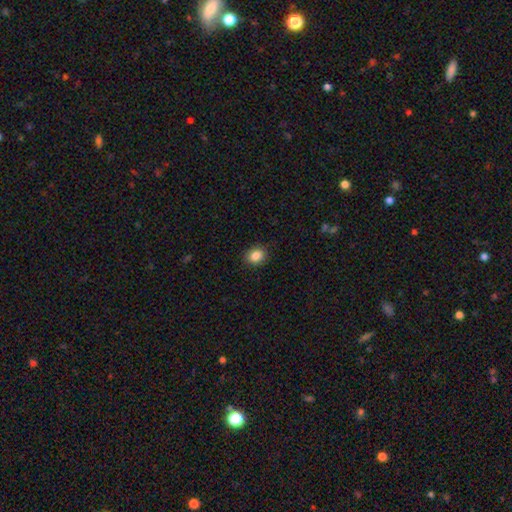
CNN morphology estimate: Smooth or featured? smooth (87%)
How rounded? round (53%)
Merging? none (87%)